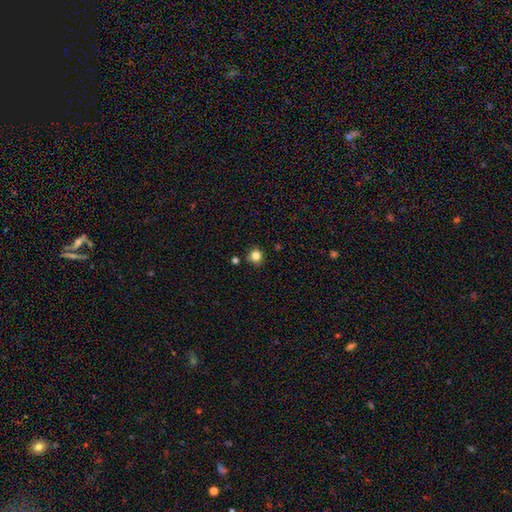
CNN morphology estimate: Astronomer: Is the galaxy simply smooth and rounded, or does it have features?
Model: smooth — 82%.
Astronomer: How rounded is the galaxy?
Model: round — 87%.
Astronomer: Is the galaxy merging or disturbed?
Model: none — 83%.